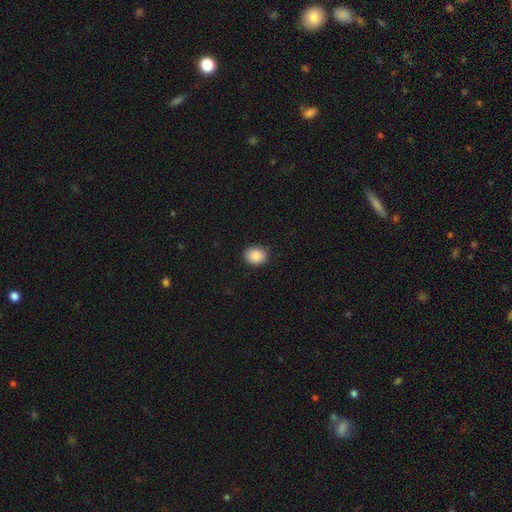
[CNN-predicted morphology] The model was most divided on "how rounded" (2-way tie): in between: 50%, round: 50%, cigar-shaped: 1%. More confident: smooth or featured — smooth (88%); merging — none (86%).